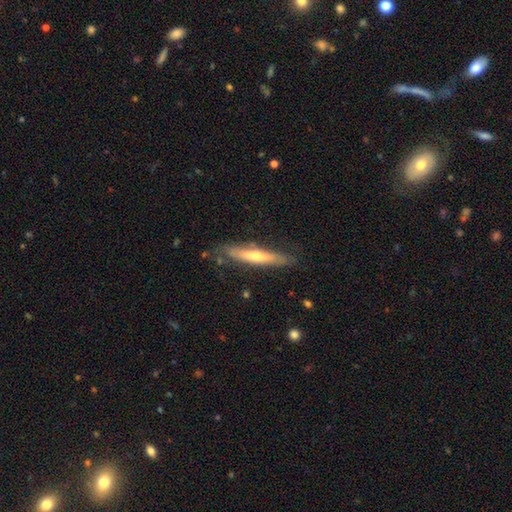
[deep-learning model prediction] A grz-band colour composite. It shows a featured or disk galaxy (58%) viewed edge-on (88%) with a rounded central bulge (71%). Merging: none (79%).